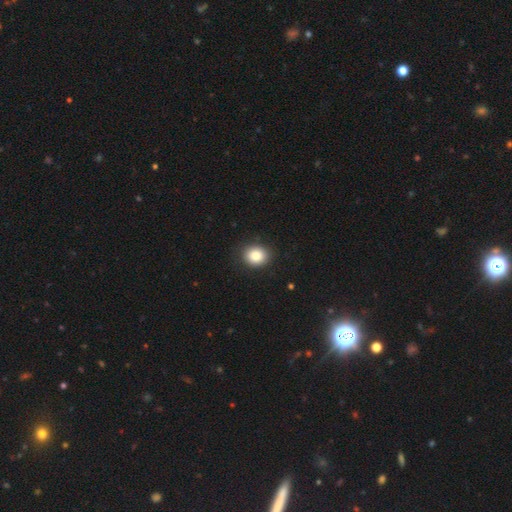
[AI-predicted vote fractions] The model was most divided on "how rounded": round: 68%, in between: 31%, cigar-shaped: 1%. More confident: merging — none (88%); smooth or featured — smooth (86%).